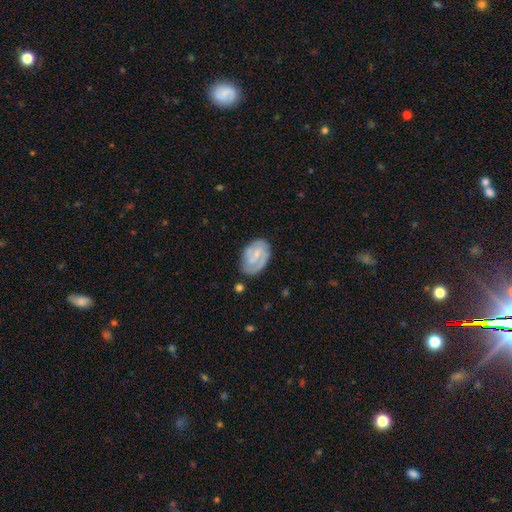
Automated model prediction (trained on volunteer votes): Smooth or featured? featured or disk (68%)
Edge-on disk? no (97%)
Bar? weak (49%)
Spiral arms? yes (89%)
Spiral winding? tight (49%)
Spiral arm count? 2 (58%)
Bulge size? small (54%)
Merging? none (70%)